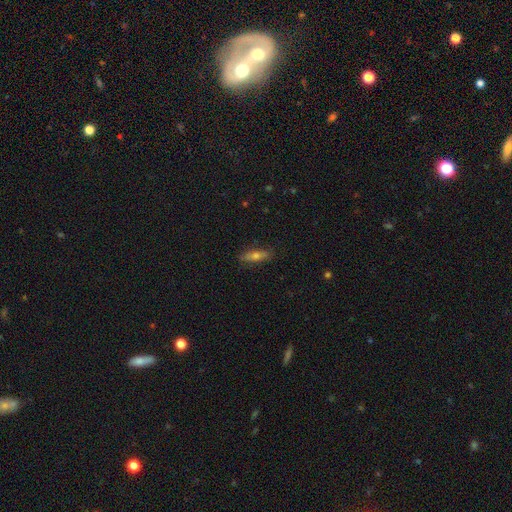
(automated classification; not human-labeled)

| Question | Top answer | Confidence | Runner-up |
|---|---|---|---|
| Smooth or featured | smooth | 57% | featured or disk (35%) |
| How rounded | cigar-shaped | 65% | in between (32%) |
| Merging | none | 86% | minor disturbance (11%) |